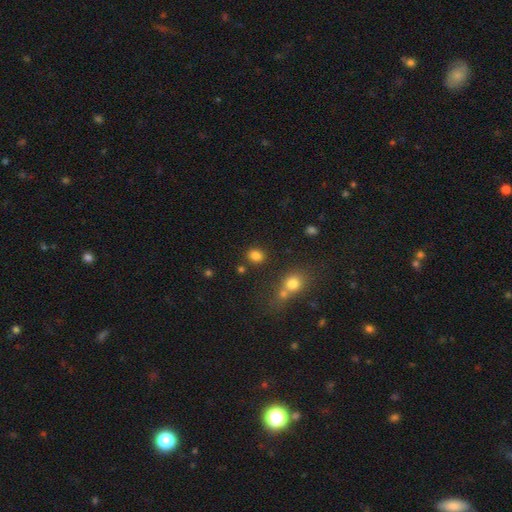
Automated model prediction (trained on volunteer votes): Smooth or featured: smooth — 82% (star or artifact — 13%)
How rounded: round — 64% (in between — 35%)
Merging: none — 80% (minor disturbance — 9%)